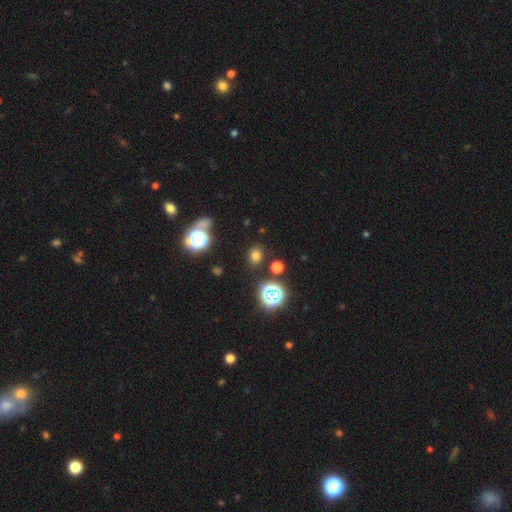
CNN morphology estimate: smooth-or-featured: smooth: 69% | star or artifact: 24% | featured or disk: 6%
  how-rounded: round: 61% | in between: 38% | cigar-shaped: 1%
  merging: none: 84% | minor disturbance: 9% | merger: 3% | major disturbance: 3%